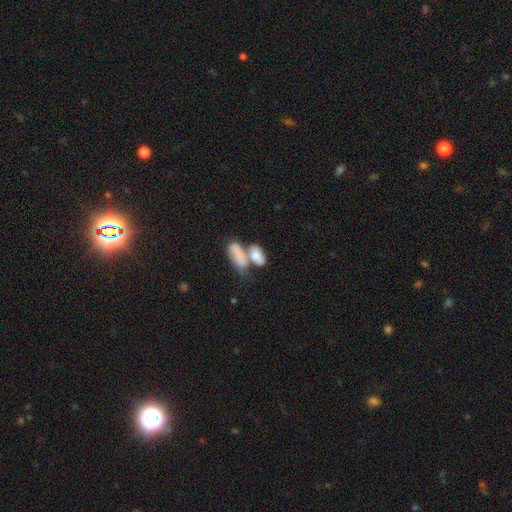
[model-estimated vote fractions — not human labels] The model was most divided on "merging": merger: 60%, none: 24%, minor disturbance: 10%, major disturbance: 7%. More confident: how rounded — in between (88%); smooth or featured — smooth (76%).